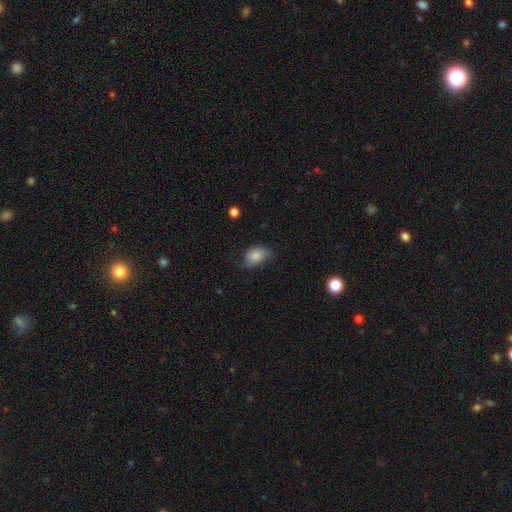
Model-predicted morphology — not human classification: This appears to be a smooth galaxy with no disk features (83%) that is in between round and cigar-shaped (81%). Merging: none (59%).